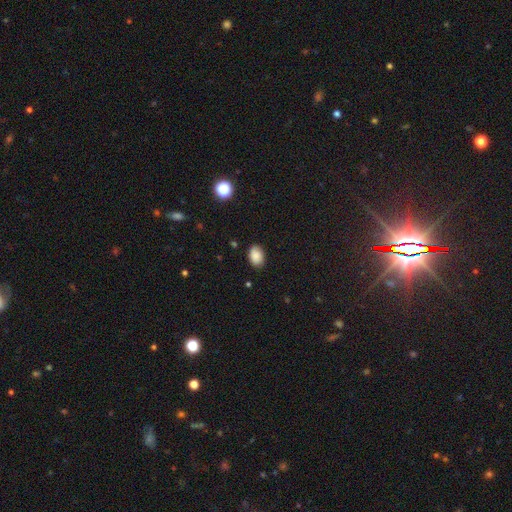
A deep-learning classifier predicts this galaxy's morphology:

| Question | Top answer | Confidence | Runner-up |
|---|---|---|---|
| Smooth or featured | smooth | 84% | star or artifact (9%) |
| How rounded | in between | 80% | round (19%) |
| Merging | none | 84% | minor disturbance (13%) |